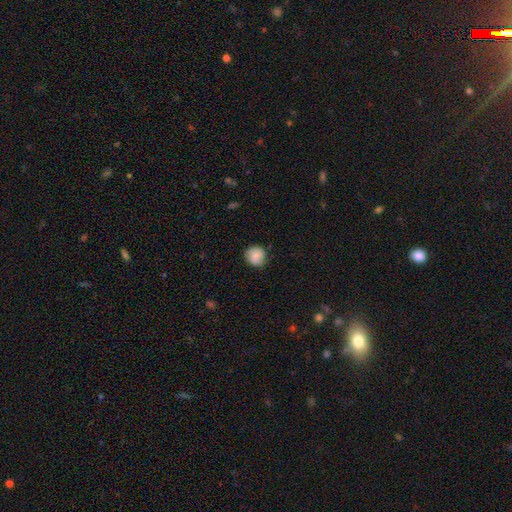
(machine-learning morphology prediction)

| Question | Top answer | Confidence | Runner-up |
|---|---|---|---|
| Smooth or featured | smooth | 80% | featured or disk (12%) |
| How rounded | round | 87% | in between (12%) |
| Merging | none | 77% | minor disturbance (18%) |